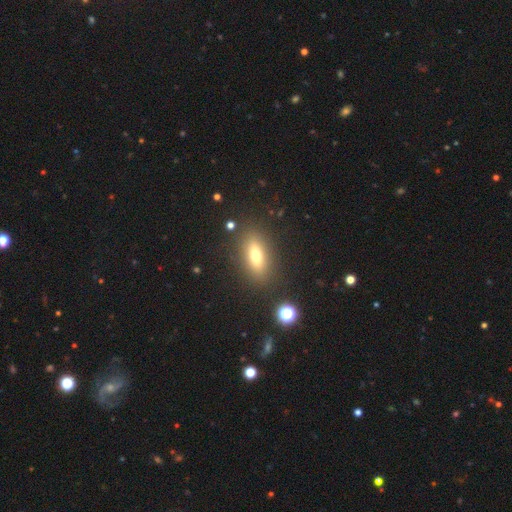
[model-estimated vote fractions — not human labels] This is likely a smooth galaxy (62%). How rounded: likely in between (66%). Merging: clearly none (85%).